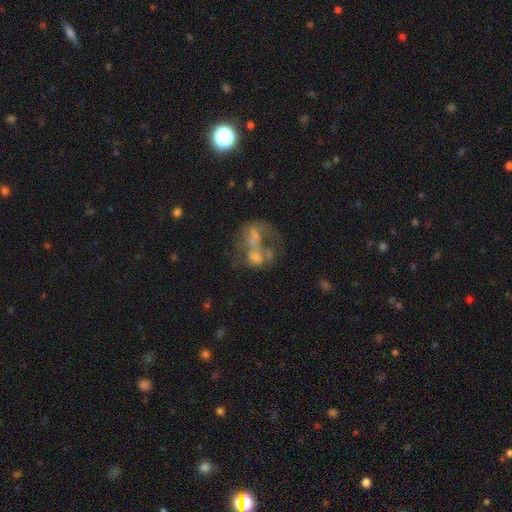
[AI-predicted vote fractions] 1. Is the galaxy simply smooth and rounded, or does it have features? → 56% featured or disk, 26% smooth, 18% star or artifact.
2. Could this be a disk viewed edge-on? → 97% no, 3% yes.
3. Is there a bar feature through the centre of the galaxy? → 86% no, 11% weak, 4% strong.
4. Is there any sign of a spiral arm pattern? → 85% no, 15% yes.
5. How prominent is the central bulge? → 56% none, 19% small, 19% moderate, 5% large, 2% dominant.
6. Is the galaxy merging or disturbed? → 44% merger, 27% major disturbance, 20% none, 9% minor disturbance.